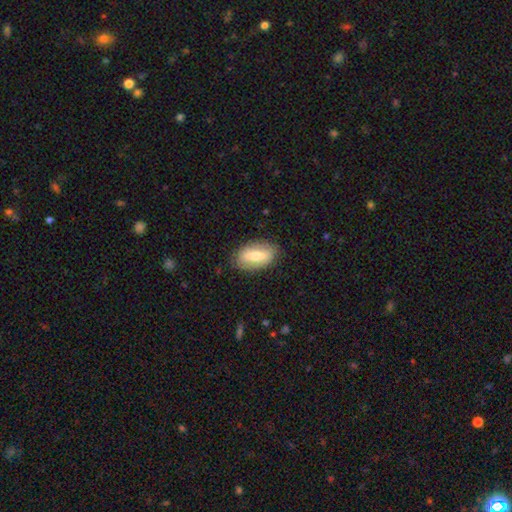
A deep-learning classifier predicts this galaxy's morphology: Smooth or featured: smooth — 54% (featured or disk — 40%)
How rounded: in between — 86% (cigar-shaped — 9%)
Merging: none — 82% (minor disturbance — 13%)